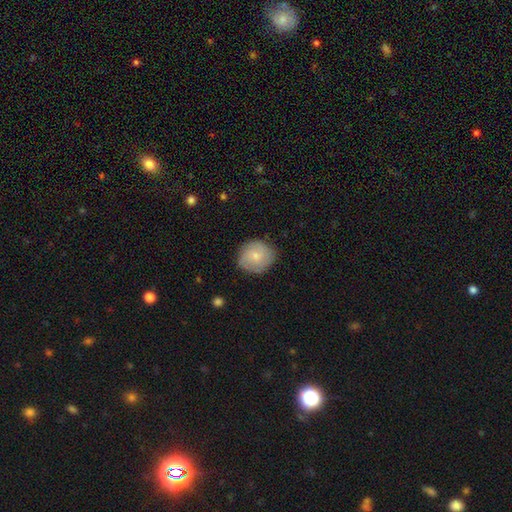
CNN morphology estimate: A smooth galaxy with no disk features (53%) that is round (82%).

Vote fractions:
- Smooth or featured? smooth: 53% / featured or disk: 39% / star or artifact: 7%
- How rounded? round: 82% / in between: 17% / cigar-shaped: 1%
- Merging? none: 79% / minor disturbance: 16% / major disturbance: 4% / merger: 1%